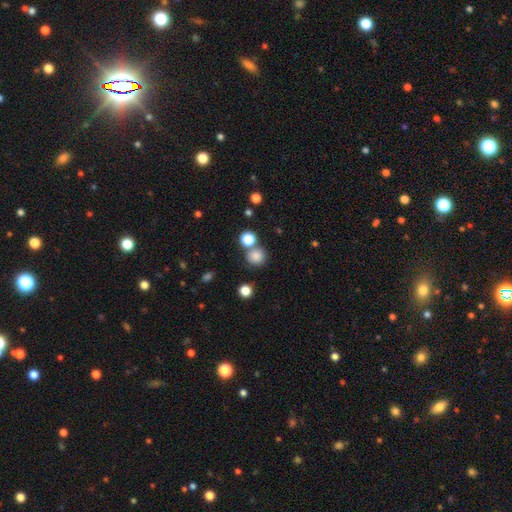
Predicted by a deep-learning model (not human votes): Smooth or featured? Predicted: smooth (p=0.82). How rounded? Predicted: round (p=0.90). Merging? Predicted: none (p=0.70).